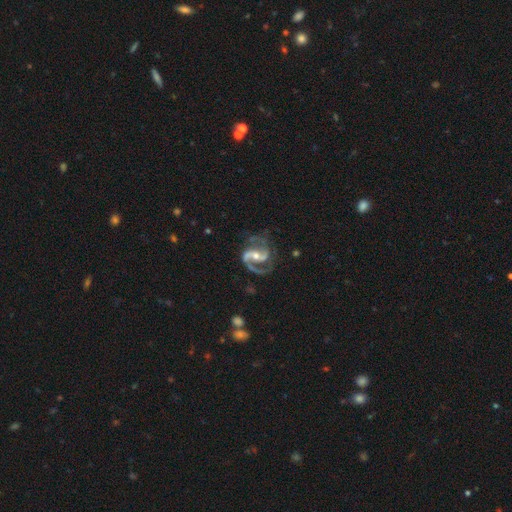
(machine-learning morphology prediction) Smooth or featured: featured or disk — 93% (star or artifact — 4%)
Edge-on disk: no — 98% (yes — 2%)
Bar: strong — 41% (weak — 38%)
Spiral arms: yes — 98% (no — 2%)
Spiral winding: medium — 63% (loose — 22%)
Spiral arm count: 2 — 91% (1 — 3%)
Bulge size: moderate — 57% (small — 39%)
Merging: none — 69% (minor disturbance — 17%)